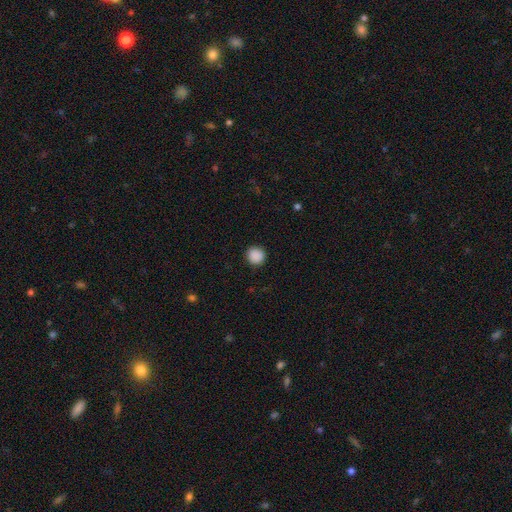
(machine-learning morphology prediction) Smooth or featured: smooth — 89% (star or artifact — 9%)
How rounded: round — 93% (in between — 6%)
Merging: none — 92% (minor disturbance — 5%)